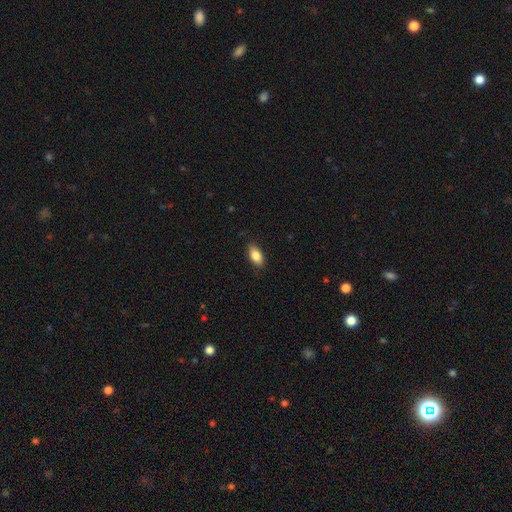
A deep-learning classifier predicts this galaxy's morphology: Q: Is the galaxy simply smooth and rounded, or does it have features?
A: smooth — 85%.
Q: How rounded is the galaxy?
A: in between — 91%.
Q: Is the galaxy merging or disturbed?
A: none — 86%.